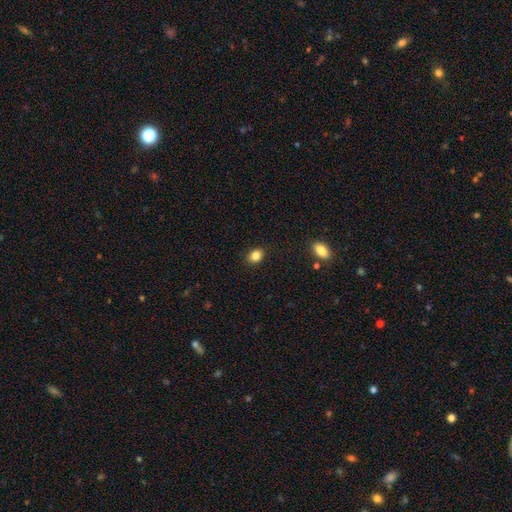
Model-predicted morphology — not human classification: This is clearly a smooth galaxy (85%). How rounded: likely in between (62%). Merging: clearly none (88%).